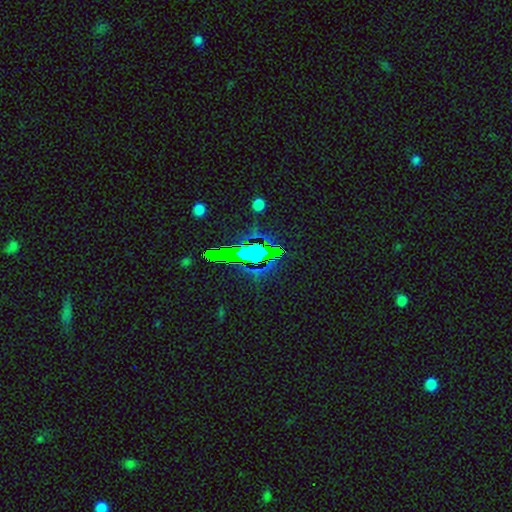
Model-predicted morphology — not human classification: type=star or artifact (70%).